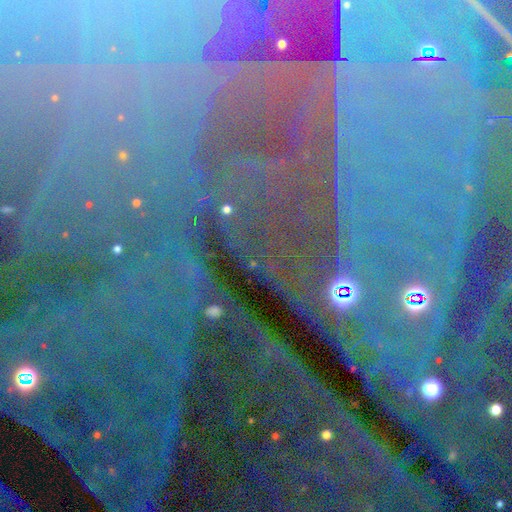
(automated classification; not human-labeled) This appears to be a star or artifact, not a galaxy (85%).